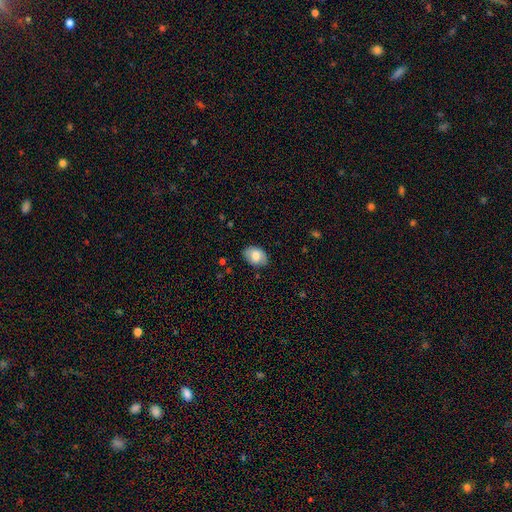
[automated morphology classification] type=smooth (73%); roundness=in between (76%); merging=none (77%).